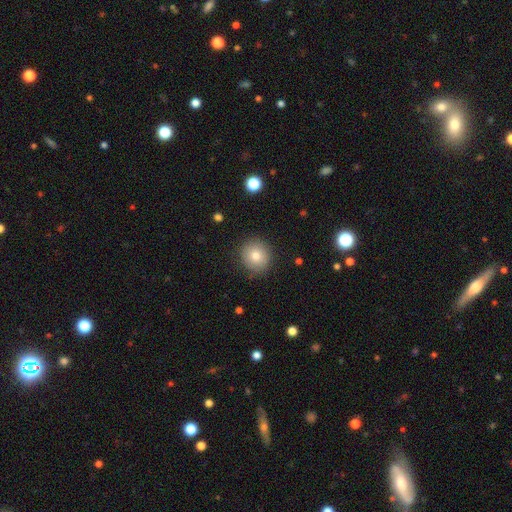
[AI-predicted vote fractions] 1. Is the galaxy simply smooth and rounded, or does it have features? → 80% smooth, 10% featured or disk, 10% star or artifact.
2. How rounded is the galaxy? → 89% round, 10% in between, 1% cigar-shaped.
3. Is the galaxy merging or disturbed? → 88% none, 8% minor disturbance, 2% major disturbance, 1% merger.